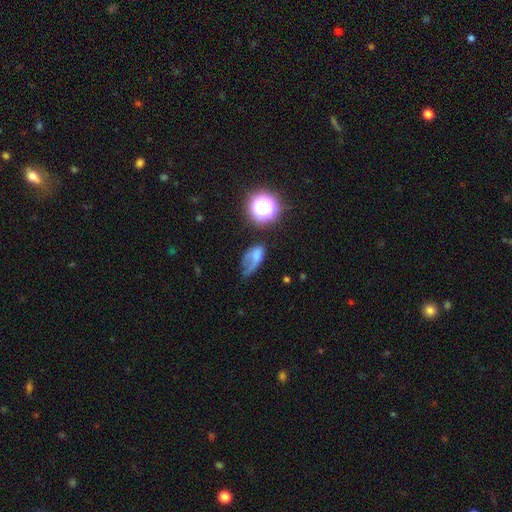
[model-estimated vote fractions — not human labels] smooth_or_featured: smooth (p=0.48) [alt: featured or disk p=0.29]
merging: major disturbance (p=0.34) [alt: none p=0.32]